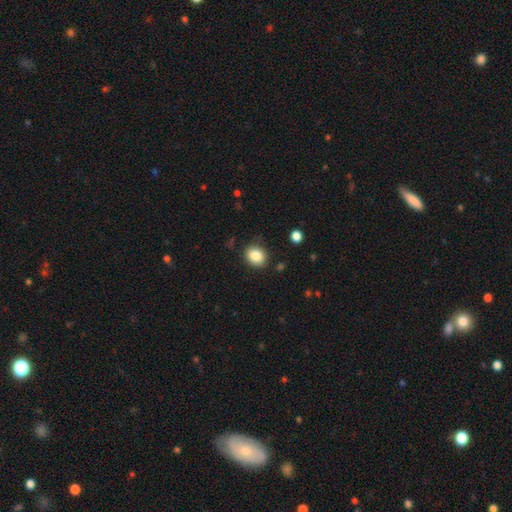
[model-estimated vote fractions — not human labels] Smooth or featured? smooth (86%)
How rounded? round (59%)
Merging? none (83%)